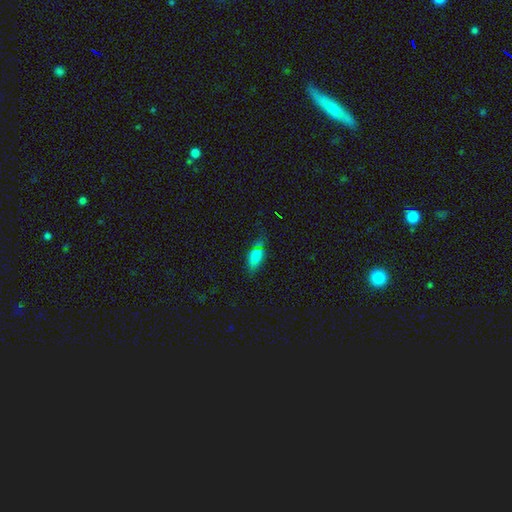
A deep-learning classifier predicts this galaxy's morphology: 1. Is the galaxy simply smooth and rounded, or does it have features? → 76% smooth, 14% star or artifact, 10% featured or disk.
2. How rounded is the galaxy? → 81% in between, 16% cigar-shaped, 3% round.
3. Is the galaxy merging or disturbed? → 61% none, 27% minor disturbance, 9% major disturbance, 4% merger.